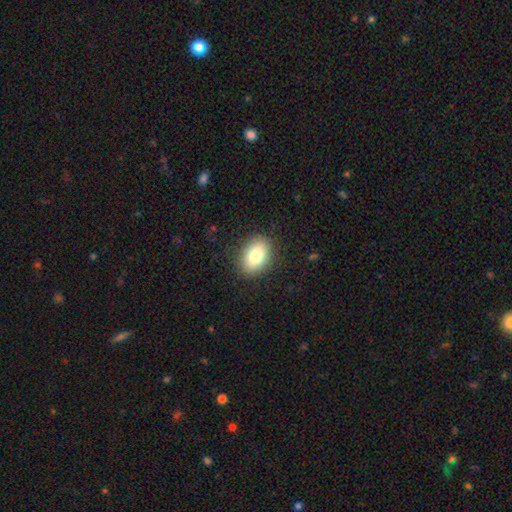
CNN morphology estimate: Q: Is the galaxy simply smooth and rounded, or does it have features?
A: smooth — 82%.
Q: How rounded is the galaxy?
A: in between — 82%.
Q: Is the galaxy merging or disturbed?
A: none — 87%.